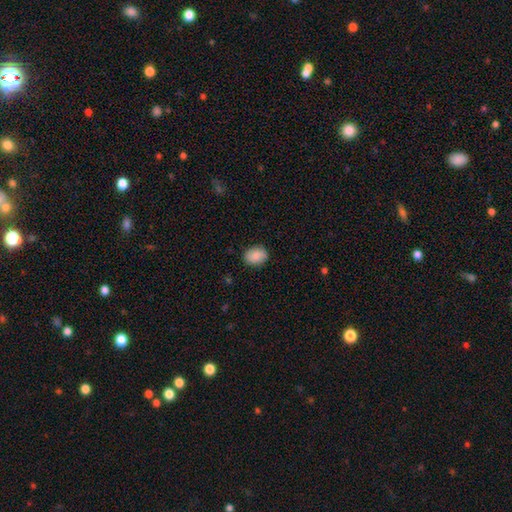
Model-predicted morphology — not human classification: Smooth or featured: smooth — 86% (star or artifact — 7%)
How rounded: in between — 57% (round — 42%)
Merging: none — 86% (minor disturbance — 10%)